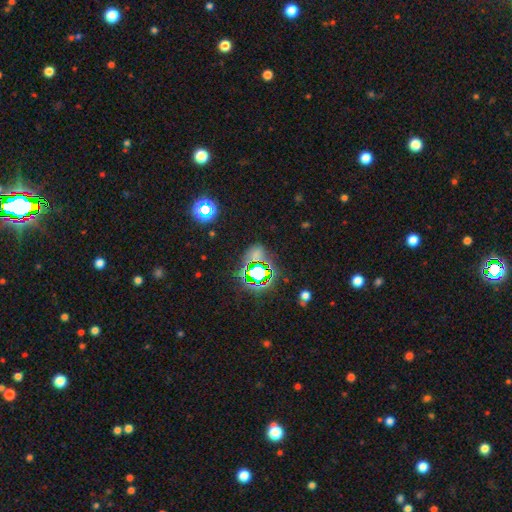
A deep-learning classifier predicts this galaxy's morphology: Smooth or featured: star or artifact — 62% (smooth — 29%)